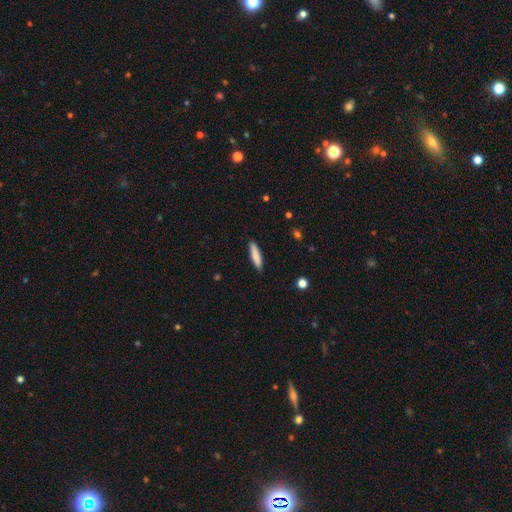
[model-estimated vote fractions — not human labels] Smooth or featured: smooth — 83% (featured or disk — 11%)
How rounded: cigar-shaped — 80% (in between — 19%)
Merging: none — 88% (minor disturbance — 9%)